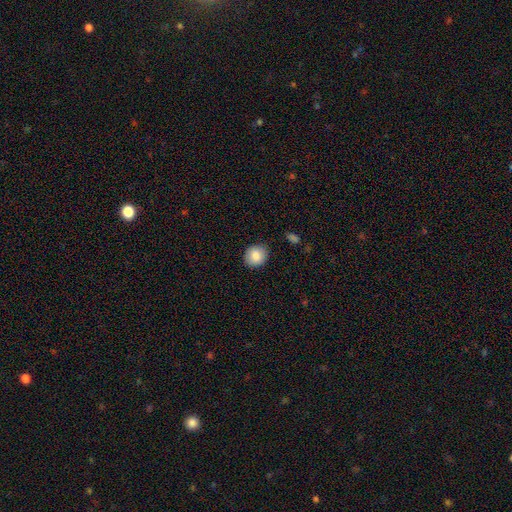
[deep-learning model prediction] Morphology: type=smooth (85%); roundness=round (70%); merging=none (85%).